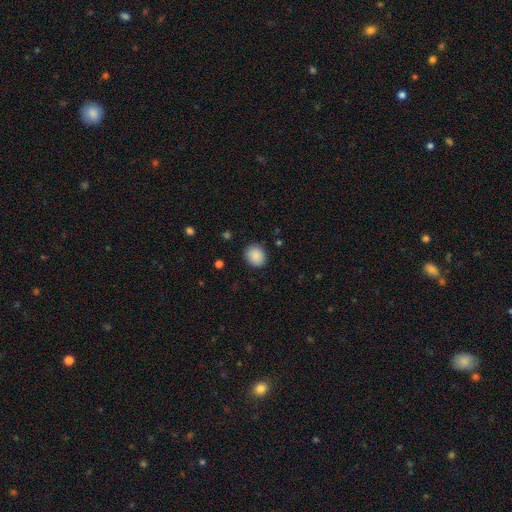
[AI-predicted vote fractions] Overall: smooth (89%). How rounded: round (68%; in between 31%). Merging: none (87%).